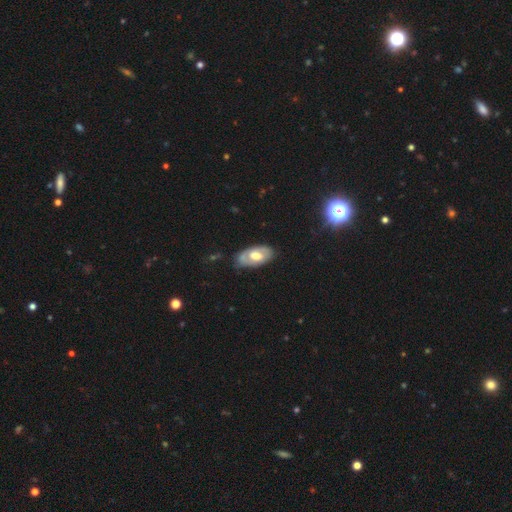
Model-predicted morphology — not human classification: This appears to be a featured or disk galaxy (49%). Merging: none (65%).